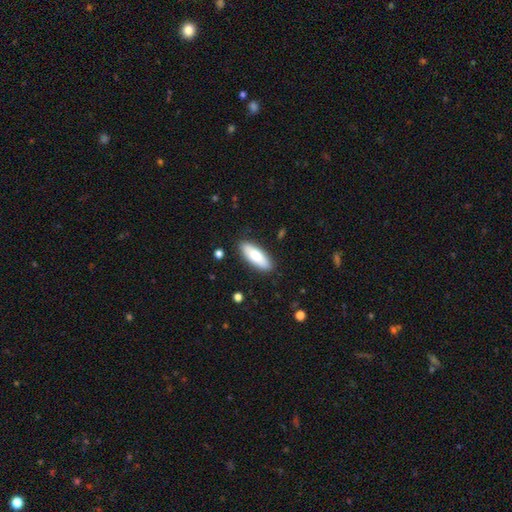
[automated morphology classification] Q: Smooth or featured?
A: smooth (77%); runner-up: featured or disk (17%)
Q: How rounded?
A: in between (71%); runner-up: cigar-shaped (27%)
Q: Merging?
A: none (87%); runner-up: minor disturbance (10%)